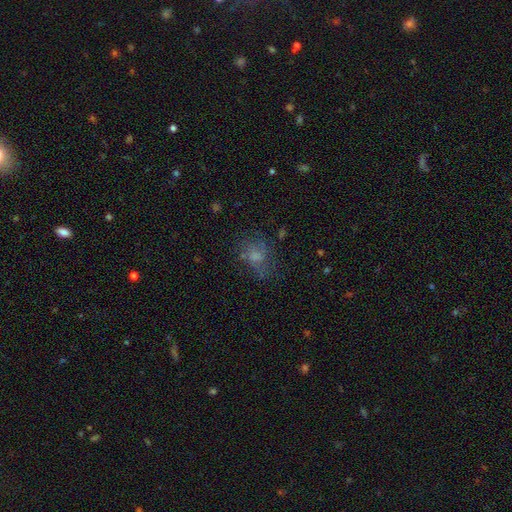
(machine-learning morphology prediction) Q: Smooth or featured?
A: smooth (51%); runner-up: featured or disk (31%)
Q: How rounded?
A: in between (53%); runner-up: round (45%)
Q: Merging?
A: none (51%); runner-up: major disturbance (24%)